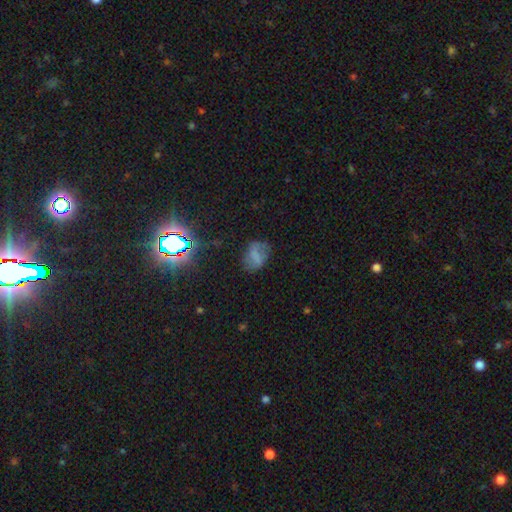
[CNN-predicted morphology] This is possibly a smooth galaxy (54%). How rounded: likely in between (75%). Merging: likely none (61%).